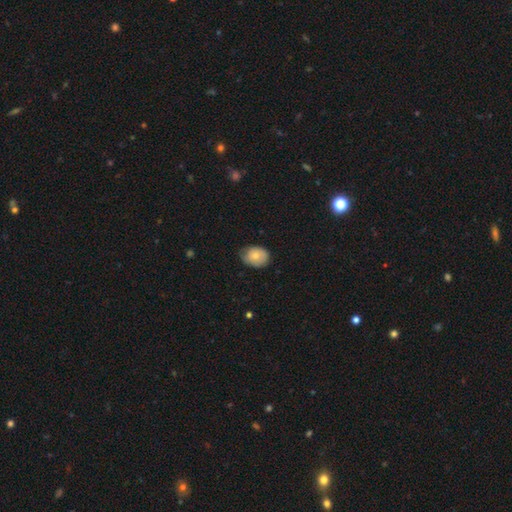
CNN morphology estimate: type=smooth (69%); roundness=in between (56%); merging=none (60%).